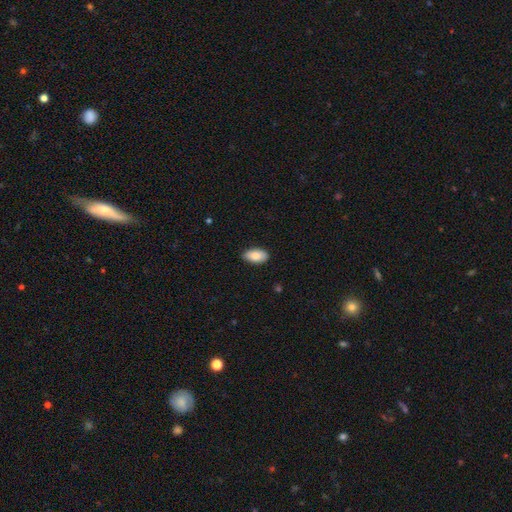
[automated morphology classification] This is clearly a smooth galaxy (84%). How rounded: clearly in between (94%). Merging: clearly none (86%).